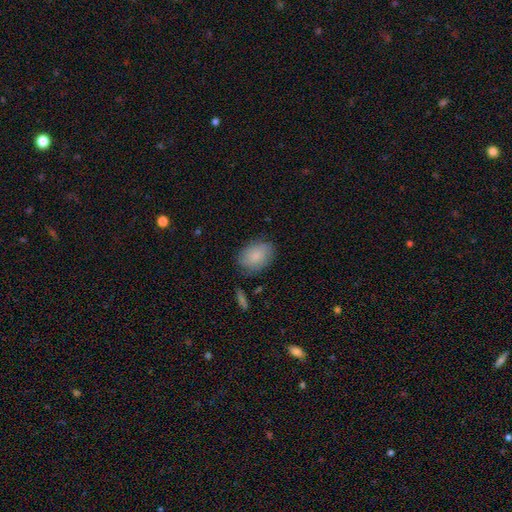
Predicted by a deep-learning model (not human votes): Smooth or featured?
  - smooth: 81% *
  - featured or disk: 13%
  - star or artifact: 6%
How rounded?
  - in between: 74% *
  - round: 24%
  - cigar-shaped: 1%
Merging?
  - none: 75% *
  - minor disturbance: 18%
  - major disturbance: 4%
  - merger: 2%